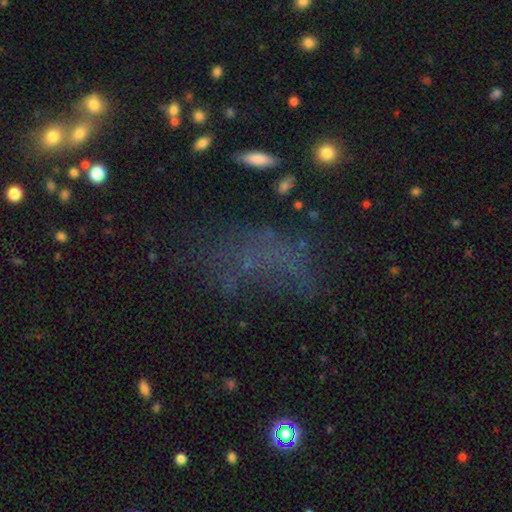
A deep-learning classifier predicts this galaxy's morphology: A star or artifact, not a galaxy (40%).